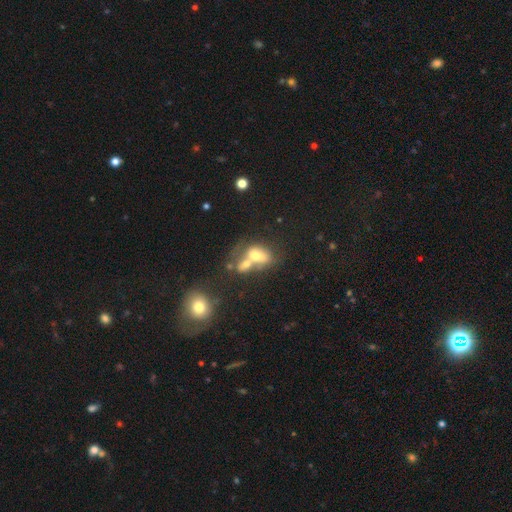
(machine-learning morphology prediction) Smooth or featured: smooth — 63% (featured or disk — 26%)
How rounded: in between — 76% (round — 20%)
Merging: merger — 66% (none — 18%)